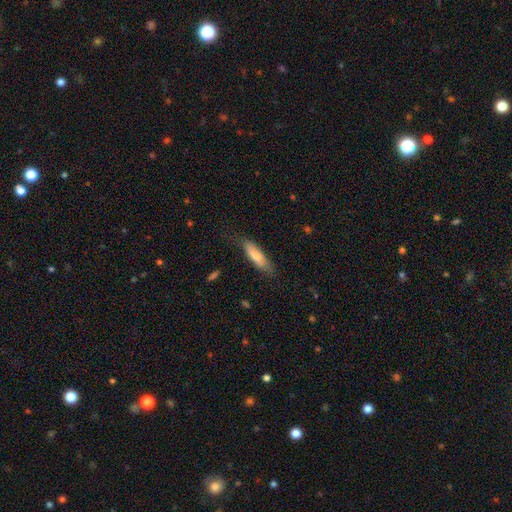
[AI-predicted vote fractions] This appears to be a smooth galaxy with no disk features (65%) that is cigar-shaped (64%). Merging: none (75%).